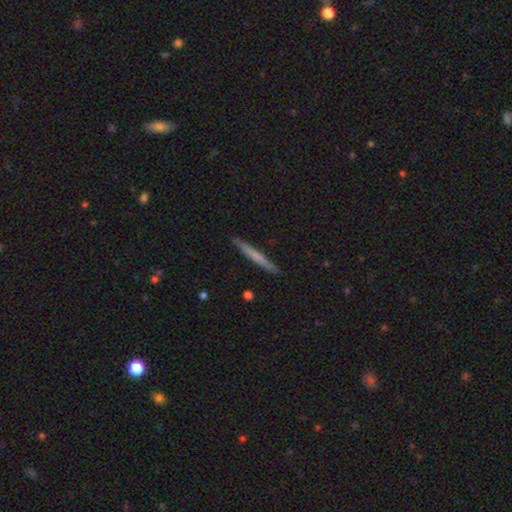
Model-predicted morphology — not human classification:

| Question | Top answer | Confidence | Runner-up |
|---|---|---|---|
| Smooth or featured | smooth | 59% | featured or disk (36%) |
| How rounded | cigar-shaped | 97% | in between (2%) |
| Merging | none | 91% | minor disturbance (7%) |